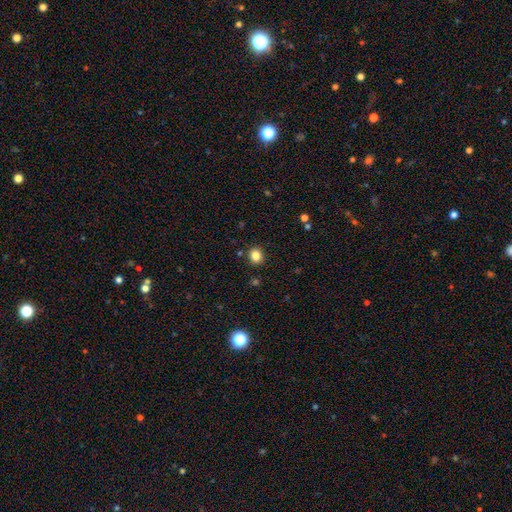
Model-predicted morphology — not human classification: smooth_or_featured: smooth (p=0.83) [alt: star or artifact p=0.12]
how_rounded: round (p=0.80) [alt: in between p=0.19]
merging: none (p=0.89) [alt: minor disturbance p=0.07]